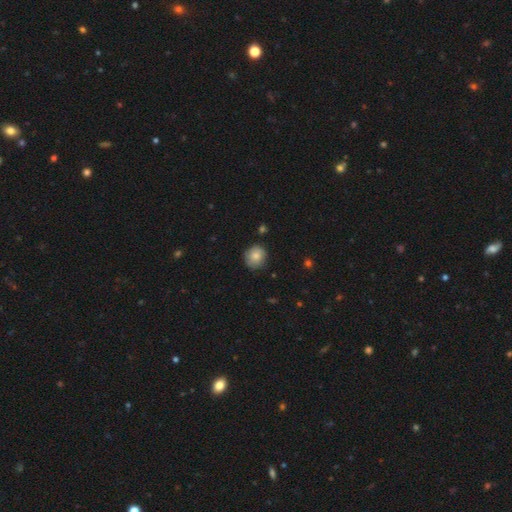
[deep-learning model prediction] A smooth galaxy with no disk features (79%) that is round (85%).

Vote fractions:
- Smooth or featured? smooth: 79% / featured or disk: 14% / star or artifact: 8%
- How rounded? round: 85% / in between: 14% / cigar-shaped: 1%
- Merging? none: 79% / minor disturbance: 16% / major disturbance: 3% / merger: 2%